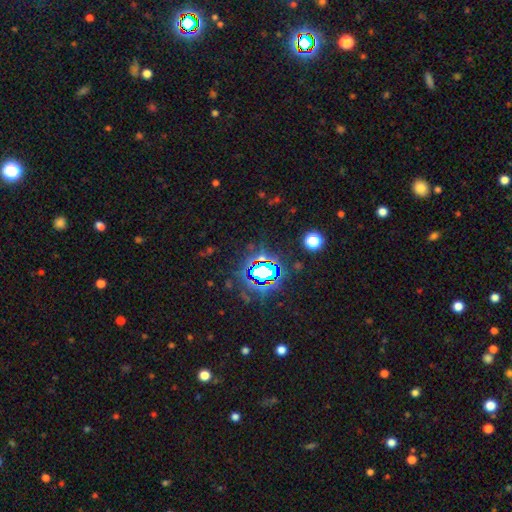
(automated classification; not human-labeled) Smooth or featured: star or artifact — 82% (smooth — 11%)